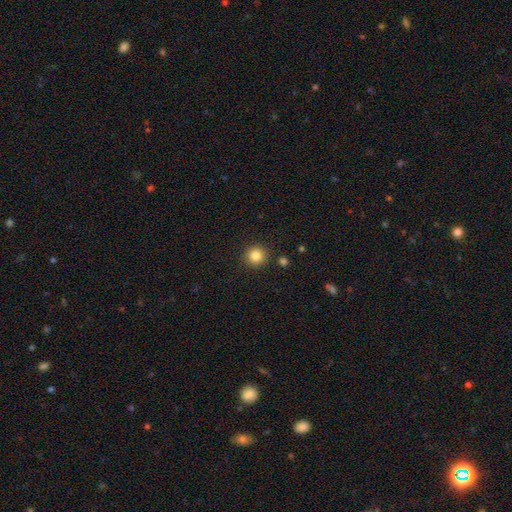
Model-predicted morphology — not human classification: The model was most divided on "smooth or featured": smooth: 84%, star or artifact: 11%, featured or disk: 5%. More confident: how rounded — round (93%); merging — none (89%).